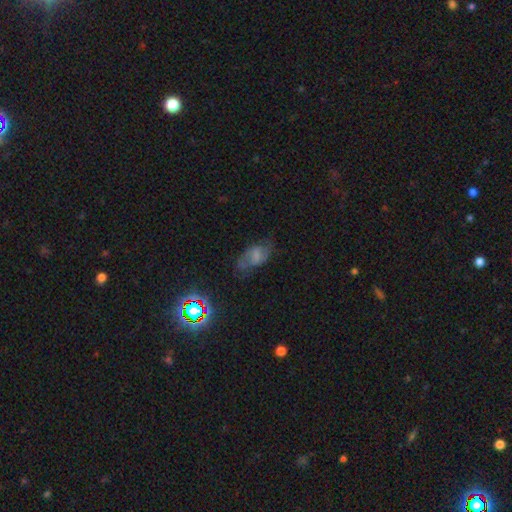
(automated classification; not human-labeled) Smooth or featured? smooth (44%)
Merging? none (53%)